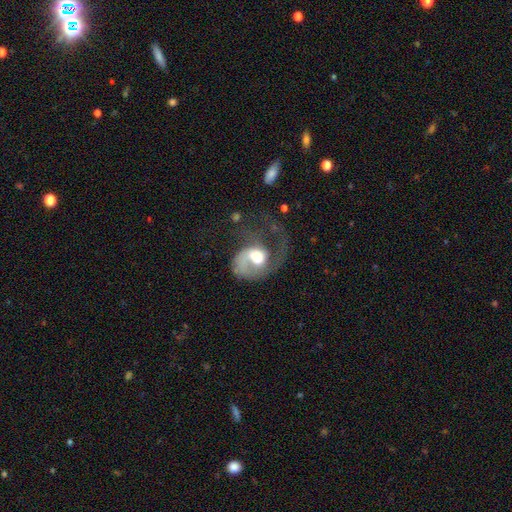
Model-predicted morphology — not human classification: smooth_or_featured: featured or disk (p=0.74) [alt: smooth p=0.20]
disk_edge_on: no (p=0.98) [alt: yes p=0.02]
bar: no (p=0.62) [alt: weak p=0.31]
has_spiral_arms: yes (p=0.89) [alt: no p=0.11]
spiral_winding: loose (p=0.46) [alt: medium p=0.37]
spiral_arm_count: 1 (p=0.79) [alt: 2 p=0.13]
bulge_size: moderate (p=0.52) [alt: large p=0.34]
merging: major disturbance (p=0.52) [alt: none p=0.29]